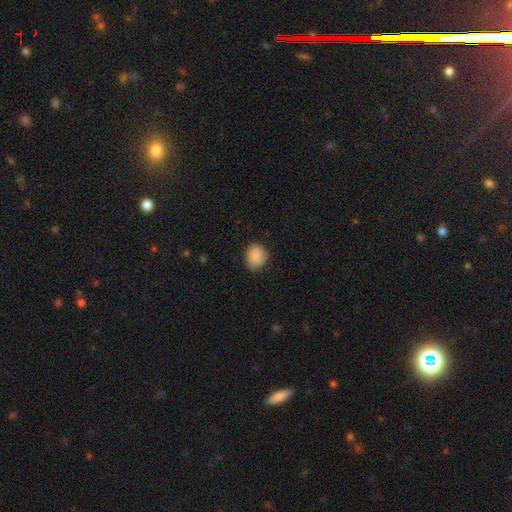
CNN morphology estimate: Smooth or featured?
  - smooth: 87% *
  - star or artifact: 8%
  - featured or disk: 5%
How rounded?
  - round: 61% *
  - in between: 38%
  - cigar-shaped: 1%
Merging?
  - none: 69% *
  - minor disturbance: 25%
  - major disturbance: 5%
  - merger: 1%